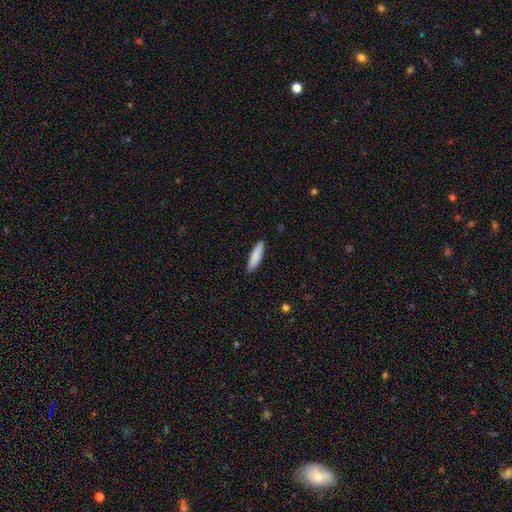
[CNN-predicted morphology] Smooth or featured? Predicted: smooth (p=0.86). How rounded? Predicted: cigar-shaped (p=0.74). Merging? Predicted: none (p=0.89).